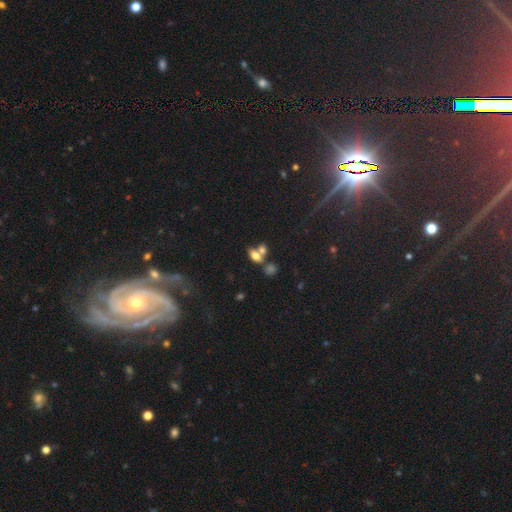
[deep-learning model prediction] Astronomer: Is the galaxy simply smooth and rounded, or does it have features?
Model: smooth — 69%.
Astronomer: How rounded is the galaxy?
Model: in between — 81%.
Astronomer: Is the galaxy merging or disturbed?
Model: merger — 45% (runner-up: none, 40%).